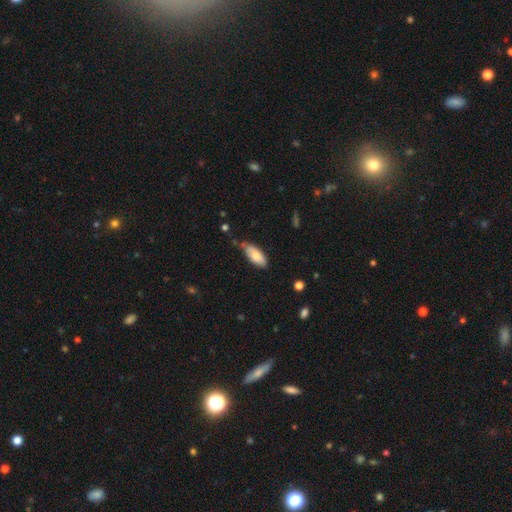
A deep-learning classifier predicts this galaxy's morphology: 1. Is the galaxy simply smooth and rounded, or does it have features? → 80% smooth, 14% featured or disk, 6% star or artifact.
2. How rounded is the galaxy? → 84% in between, 14% cigar-shaped, 2% round.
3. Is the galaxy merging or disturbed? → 56% none, 34% minor disturbance, 6% major disturbance, 4% merger.